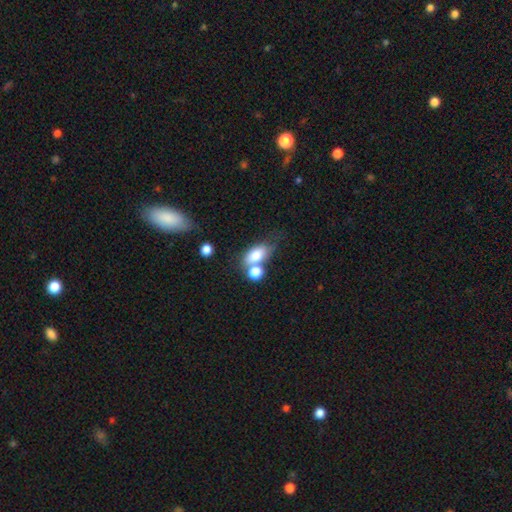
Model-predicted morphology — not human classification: Q: Smooth or featured?
A: smooth (76%); runner-up: featured or disk (15%)
Q: How rounded?
A: in between (79%); runner-up: round (15%)
Q: Merging?
A: none (38%); tied with: merger (38%)